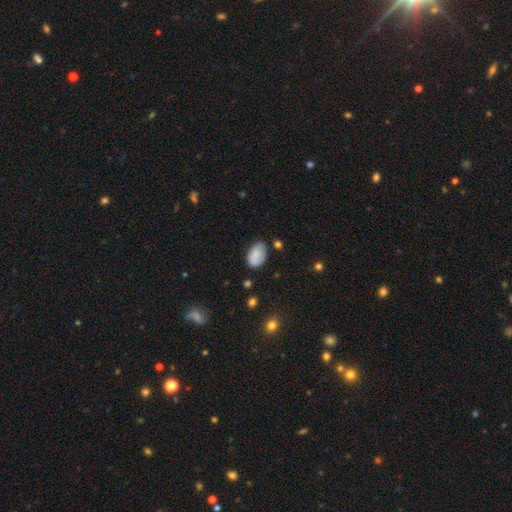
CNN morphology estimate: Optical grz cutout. It shows a smooth galaxy with no disk features (81%) that is in between round and cigar-shaped (91%). Merging: none (64%).